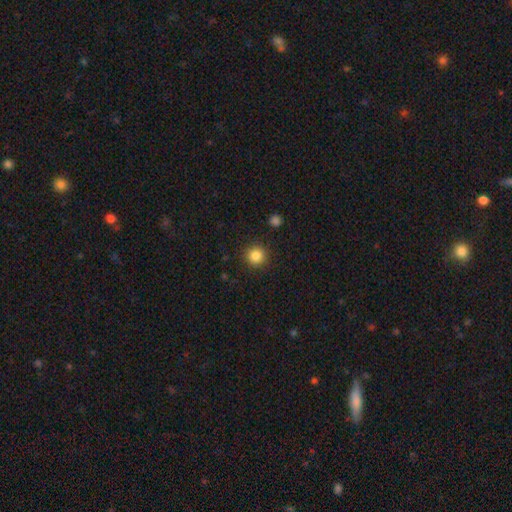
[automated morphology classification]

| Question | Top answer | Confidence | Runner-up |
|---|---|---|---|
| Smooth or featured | smooth | 85% | star or artifact (11%) |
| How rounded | round | 94% | in between (5%) |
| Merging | none | 91% | minor disturbance (6%) |